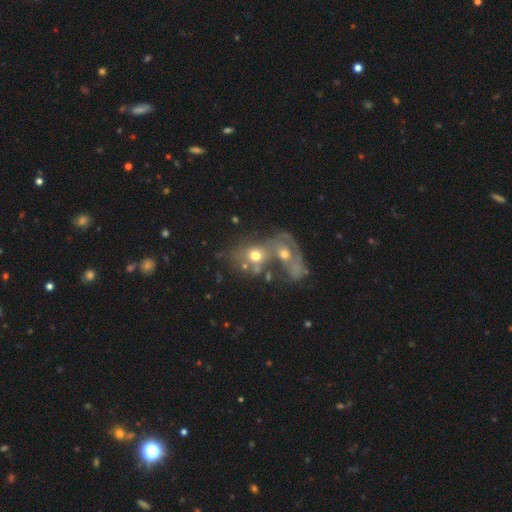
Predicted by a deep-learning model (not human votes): smooth_or_featured: smooth (p=0.48) [alt: featured or disk p=0.37]
merging: merger (p=0.72) [alt: none p=0.13]